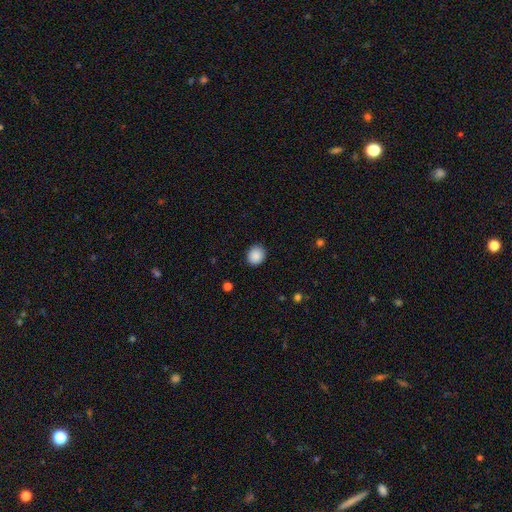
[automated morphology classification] This appears to be a smooth galaxy with no disk features (89%) that is round (74%). Merging: none (90%).